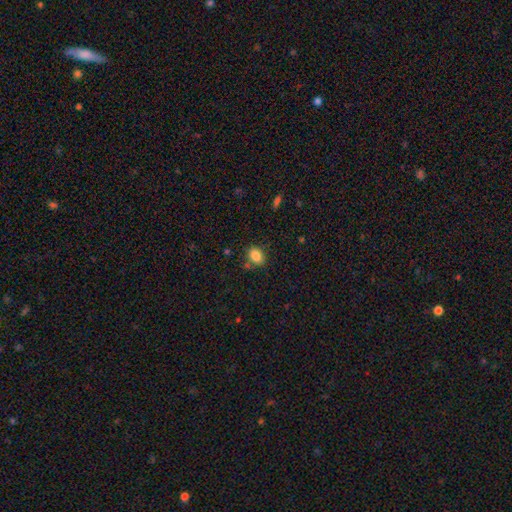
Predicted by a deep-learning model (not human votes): A smooth galaxy with no disk features (85%) that is in between round and cigar-shaped (74%).

Vote fractions:
- Smooth or featured? smooth: 85% / star or artifact: 10% / featured or disk: 5%
- How rounded? in between: 74% / round: 25% / cigar-shaped: 1%
- Merging? none: 75% / minor disturbance: 15% / merger: 6% / major disturbance: 4%